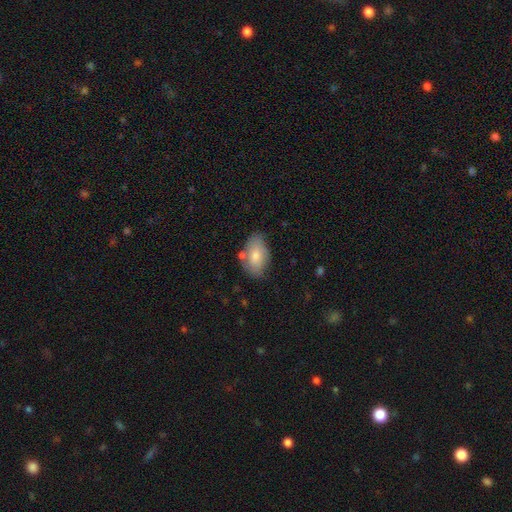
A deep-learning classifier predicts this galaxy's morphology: A smooth galaxy with no disk features (74%) that is in between round and cigar-shaped (90%). Merging: none (62%).